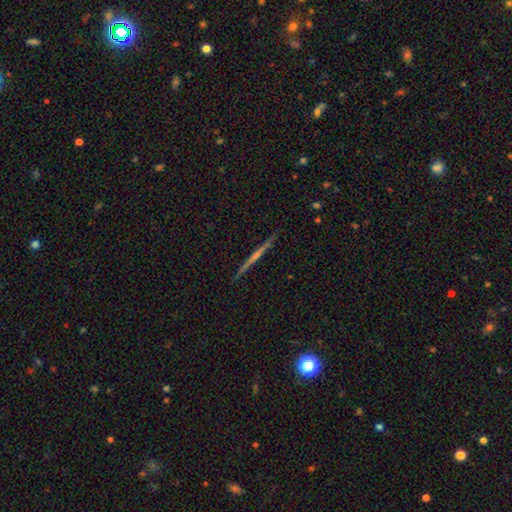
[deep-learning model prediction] Smooth or featured: featured or disk — 59% (smooth — 24%)
Edge-on disk: yes — 94% (no — 6%)
Edge-on bulge: none — 49% (rounded — 40%)
Merging: none — 89% (minor disturbance — 7%)